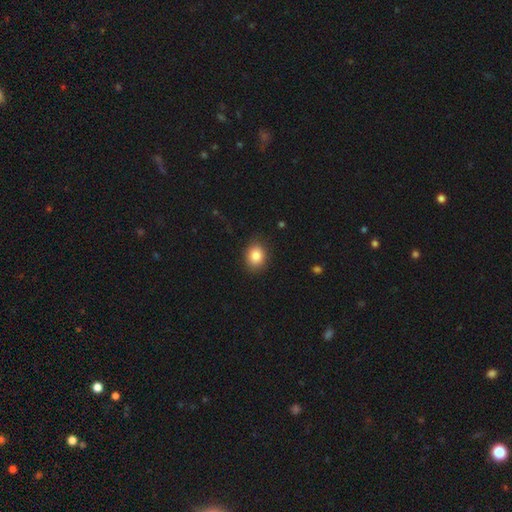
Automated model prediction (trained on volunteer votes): The model was most divided on "how rounded": round: 50%, in between: 49%, cigar-shaped: 1%. More confident: merging — none (86%); smooth or featured — smooth (85%).